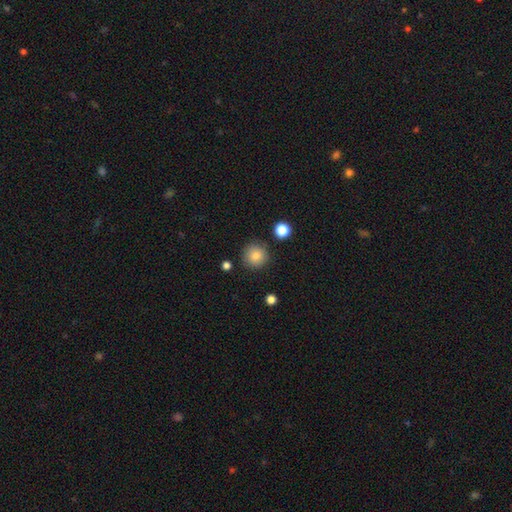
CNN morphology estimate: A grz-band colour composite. It shows a smooth galaxy with no disk features (85%) that is round (94%). Merging: none (87%).